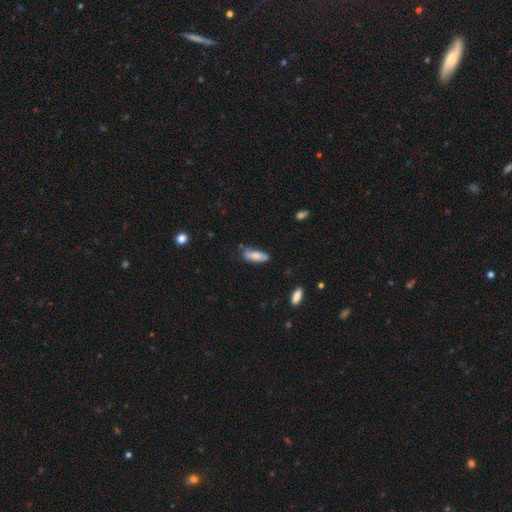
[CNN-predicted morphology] A smooth galaxy with no disk features (79%) that is in between round and cigar-shaped (63%).

Vote fractions:
- Smooth or featured? smooth: 79% / featured or disk: 14% / star or artifact: 6%
- How rounded? in between: 63% / cigar-shaped: 35% / round: 2%
- Merging? none: 60% / minor disturbance: 30% / major disturbance: 6% / merger: 3%